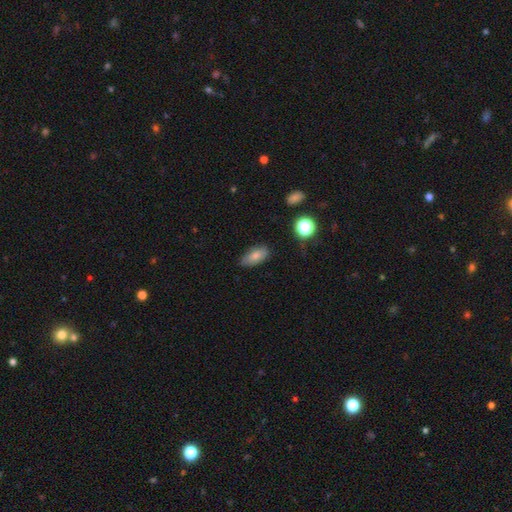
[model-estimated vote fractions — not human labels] Smooth or featured?
  - smooth: 79% *
  - featured or disk: 12%
  - star or artifact: 9%
How rounded?
  - in between: 86% *
  - cigar-shaped: 9%
  - round: 5%
Merging?
  - none: 79% *
  - minor disturbance: 16%
  - major disturbance: 3%
  - merger: 2%